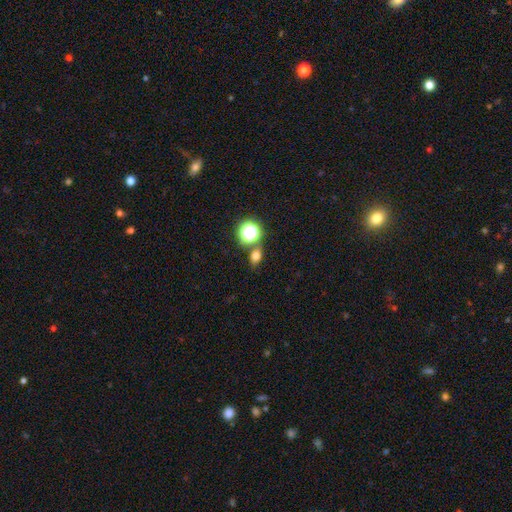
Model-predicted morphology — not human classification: Smooth or featured? smooth (70%)
How rounded? in between (59%)
Merging? none (70%)